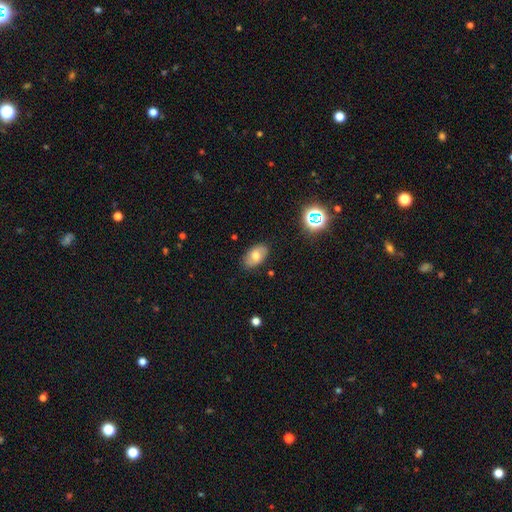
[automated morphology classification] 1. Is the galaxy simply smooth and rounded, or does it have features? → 67% smooth, 23% featured or disk, 10% star or artifact.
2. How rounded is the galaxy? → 91% in between, 7% round, 2% cigar-shaped.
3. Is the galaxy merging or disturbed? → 84% none, 12% minor disturbance, 2% major disturbance, 1% merger.